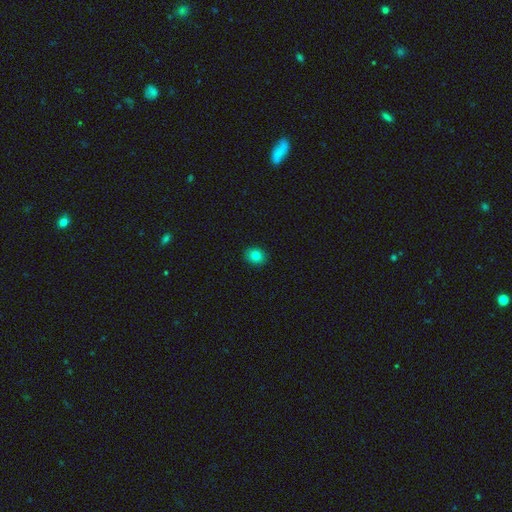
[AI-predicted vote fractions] The model was most divided on "how rounded": round: 64%, in between: 35%, cigar-shaped: 1%. More confident: merging — none (91%); smooth or featured — smooth (81%).